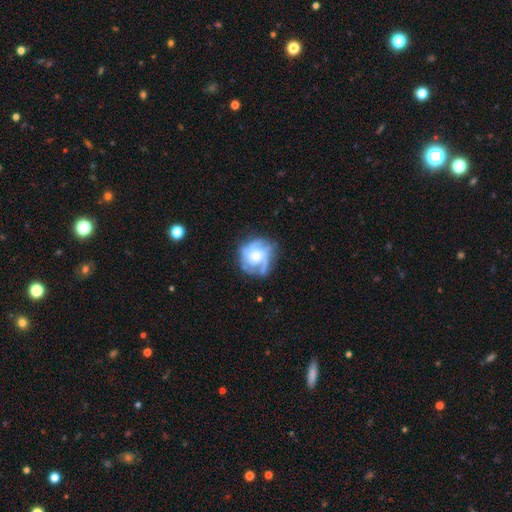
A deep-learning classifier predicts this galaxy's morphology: Q: Smooth or featured?
A: featured or disk (69%); runner-up: smooth (23%)
Q: Edge-on disk?
A: no (98%); runner-up: yes (2%)
Q: Bar?
A: no (73%); runner-up: weak (22%)
Q: Spiral arms?
A: yes (85%); runner-up: no (15%)
Q: Spiral winding?
A: tight (47%); runner-up: medium (38%)
Q: Spiral arm count?
A: can't tell (32%); runner-up: 3 (29%)
Q: Bulge size?
A: moderate (47%); runner-up: small (29%)
Q: Merging?
A: none (64%); runner-up: minor disturbance (21%)